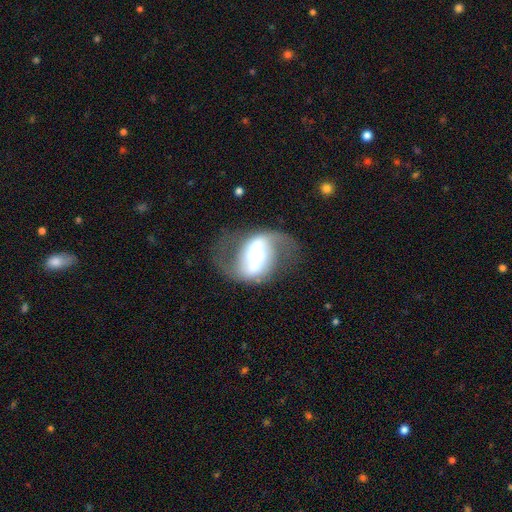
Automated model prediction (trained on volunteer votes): Smooth or featured? featured or disk (82%)
Edge-on disk? no (95%)
Bar? strong (53%)
Spiral arms? yes (86%)
Spiral winding? loose (53%)
Spiral arm count? 2 (91%)
Bulge size? moderate (57%)
Merging? none (66%)